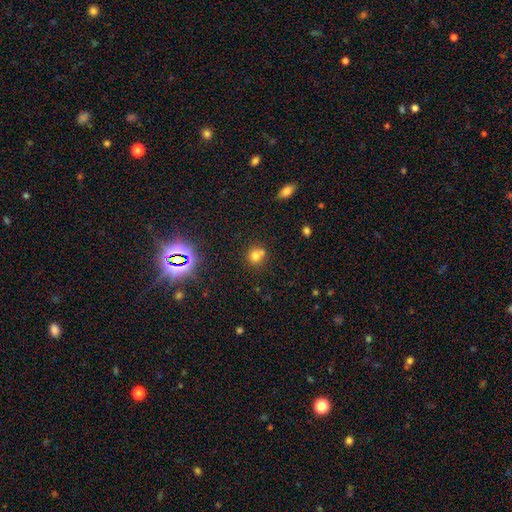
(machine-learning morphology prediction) Smooth or featured? Predicted: smooth (p=0.71). How rounded? Predicted: round (p=0.84). Merging? Predicted: none (p=0.52).